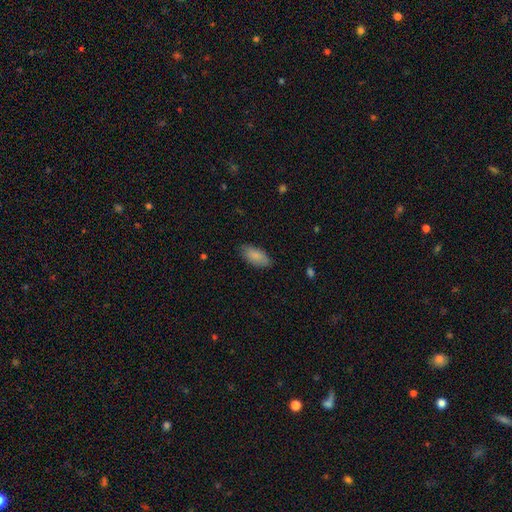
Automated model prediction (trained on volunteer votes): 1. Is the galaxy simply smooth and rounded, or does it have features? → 86% smooth, 7% featured or disk, 6% star or artifact.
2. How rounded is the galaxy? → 90% in between, 8% cigar-shaped, 2% round.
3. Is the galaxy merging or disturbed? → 83% none, 13% minor disturbance, 2% major disturbance, 1% merger.